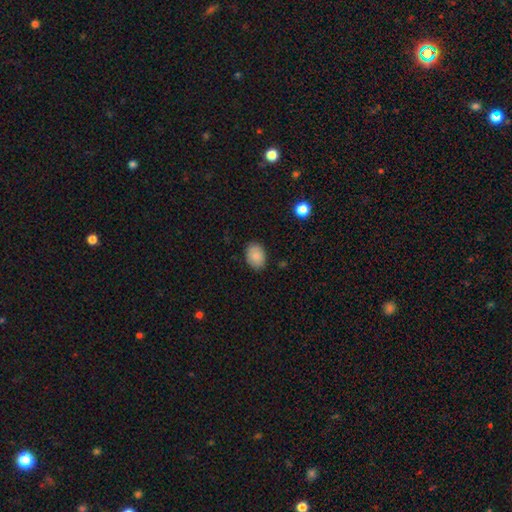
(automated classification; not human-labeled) Smooth or featured: smooth — 88% (star or artifact — 8%)
How rounded: in between — 74% (round — 25%)
Merging: none — 85% (minor disturbance — 11%)